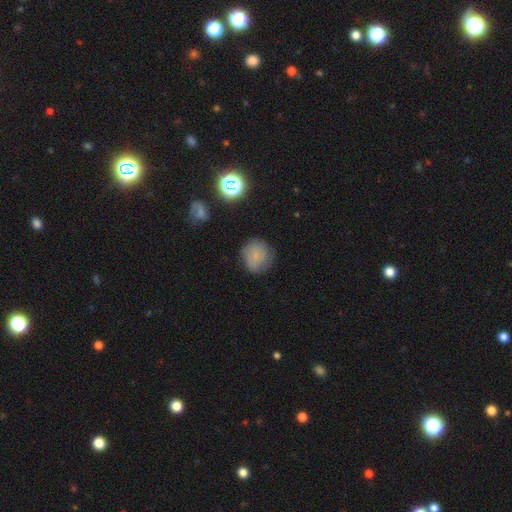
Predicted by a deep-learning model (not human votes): Overall: smooth (70%). How rounded: round (83%). Merging: none (71%).